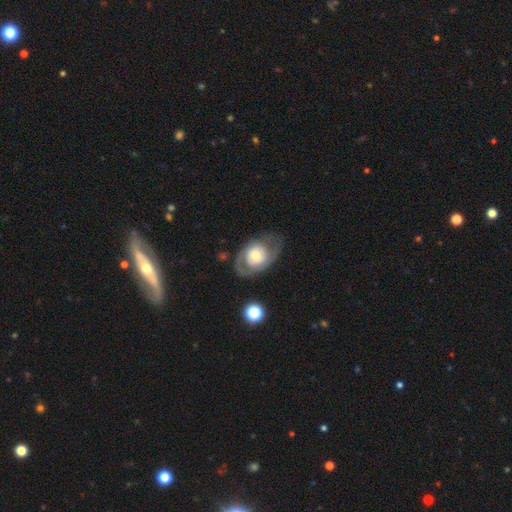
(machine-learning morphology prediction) Overall: featured or disk (60%; smooth 34%). Edge-on disk: no (93%). Bar: no (78%). Spiral arms: yes (53%; no 47%). Bulge size: moderate (53%; small 24%). Merging: none (62%).